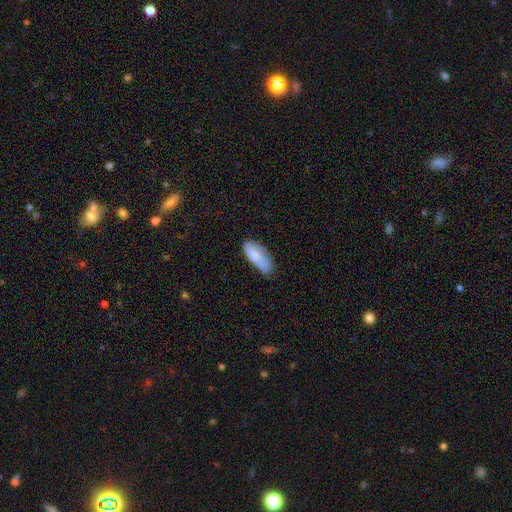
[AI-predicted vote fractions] The model was most divided on "merging": none: 60%, minor disturbance: 32%, major disturbance: 7%, merger: 2%. More confident: how rounded — in between (82%); smooth or featured — smooth (76%).